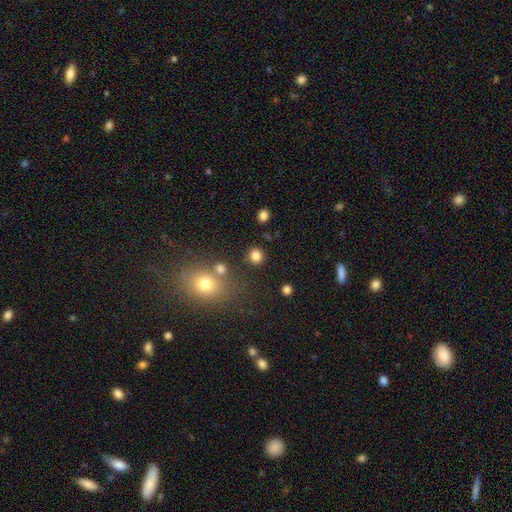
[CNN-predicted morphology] The model was most divided on "smooth or featured": smooth: 82%, star or artifact: 13%, featured or disk: 5%. More confident: how rounded — round (87%); merging — none (85%).